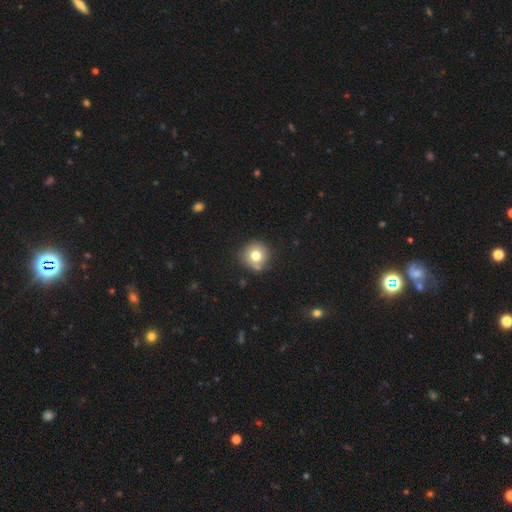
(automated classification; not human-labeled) smooth 76%, featured or disk 13%, star or artifact 12%. Down the decision tree: how rounded — round (93%); merging — none (78%).